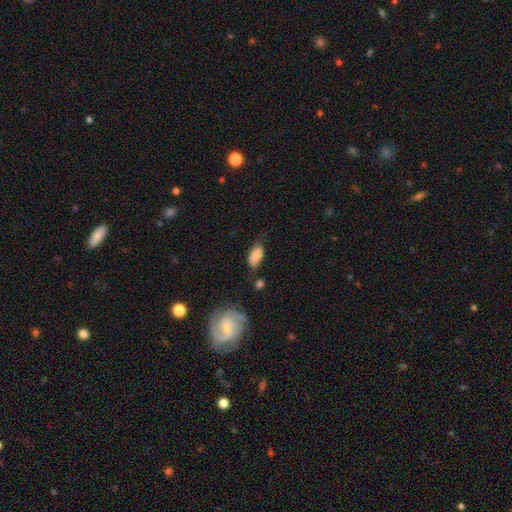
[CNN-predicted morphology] type=smooth (83%); roundness=in between (91%); merging=none (58%).